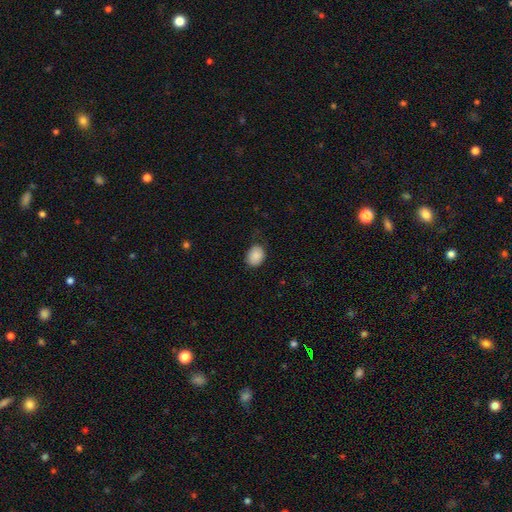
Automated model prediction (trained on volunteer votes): This appears to be a smooth galaxy with no disk features (88%) that is in between round and cigar-shaped (55%). Merging: none (77%).